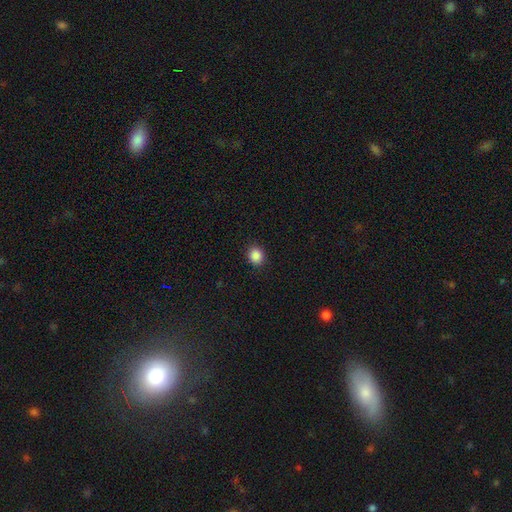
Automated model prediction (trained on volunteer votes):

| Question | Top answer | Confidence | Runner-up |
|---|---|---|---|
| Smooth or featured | smooth | 87% | star or artifact (10%) |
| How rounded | round | 74% | in between (25%) |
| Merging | none | 90% | minor disturbance (7%) |